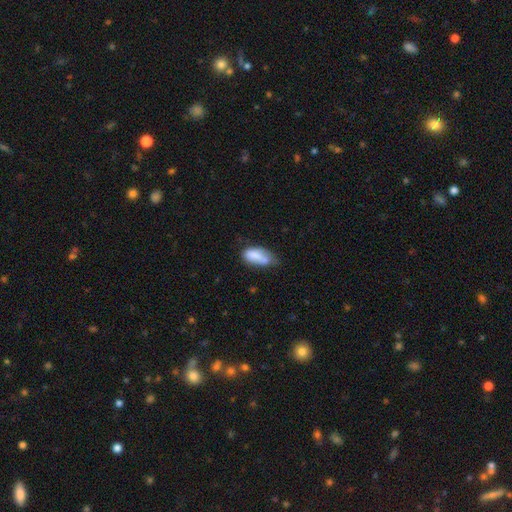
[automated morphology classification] A smooth galaxy with no disk features (77%) that is in between round and cigar-shaped (86%).

Vote fractions:
- Smooth or featured? smooth: 77% / featured or disk: 15% / star or artifact: 8%
- How rounded? in between: 86% / cigar-shaped: 11% / round: 3%
- Merging? none: 37% / minor disturbance: 34% / merger: 18% / major disturbance: 12%